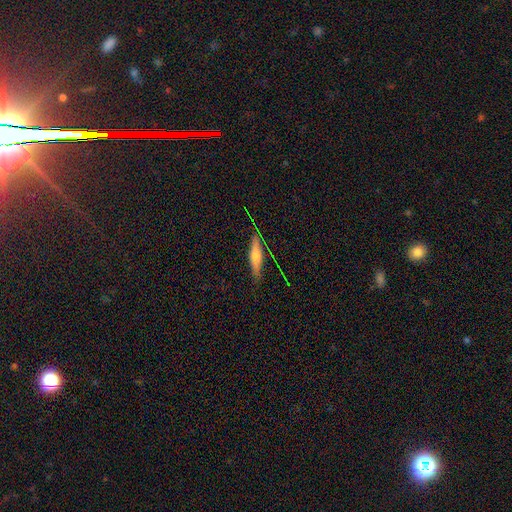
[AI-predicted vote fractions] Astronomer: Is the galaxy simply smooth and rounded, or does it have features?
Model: smooth — 54% (runner-up: featured or disk, 38%).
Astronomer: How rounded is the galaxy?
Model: cigar-shaped — 77%.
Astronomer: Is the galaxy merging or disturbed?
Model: none — 82%.